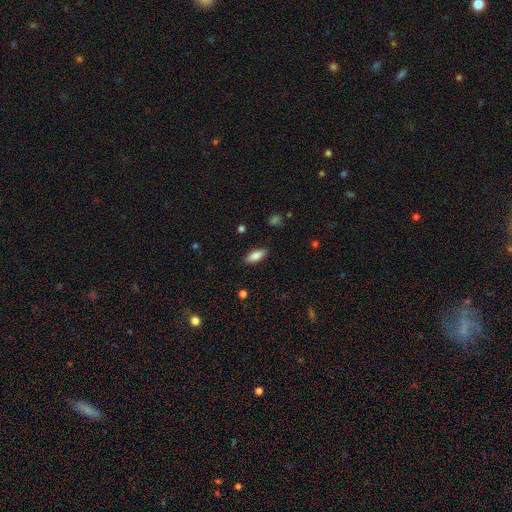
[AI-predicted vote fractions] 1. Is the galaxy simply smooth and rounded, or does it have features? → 82% smooth, 11% featured or disk, 7% star or artifact.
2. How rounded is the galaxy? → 75% in between, 23% cigar-shaped, 2% round.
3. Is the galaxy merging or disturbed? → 88% none, 9% minor disturbance, 2% major disturbance, 1% merger.